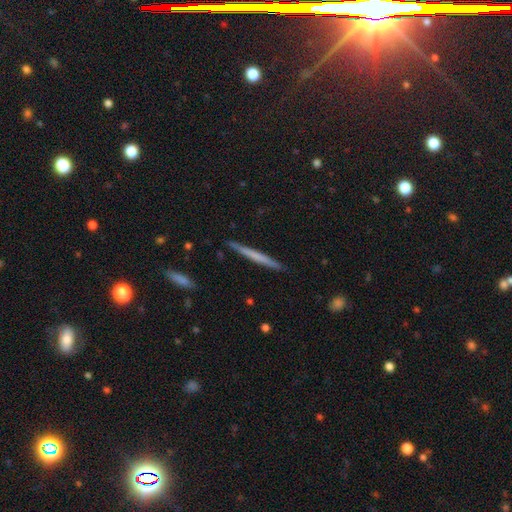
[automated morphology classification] smooth-or-featured: smooth: 54% | featured or disk: 41% | star or artifact: 5%
  how-rounded: cigar-shaped: 97% | in between: 2% | round: 1%
  merging: none: 91% | minor disturbance: 6% | major disturbance: 1% | merger: 1%